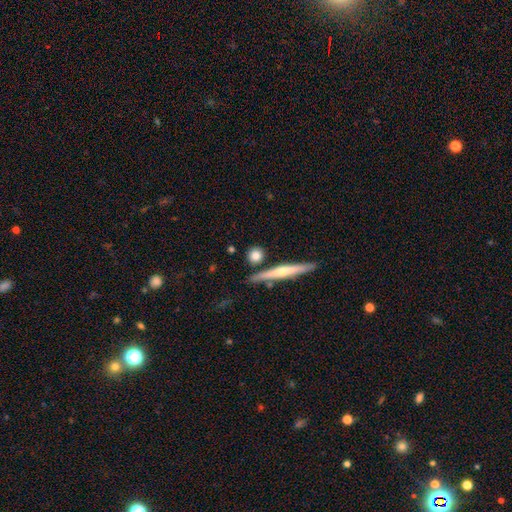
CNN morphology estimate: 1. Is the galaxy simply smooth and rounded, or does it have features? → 74% smooth, 19% featured or disk, 7% star or artifact.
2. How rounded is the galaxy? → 68% round, 18% cigar-shaped, 14% in between.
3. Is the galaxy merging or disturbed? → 79% none, 10% minor disturbance, 9% merger, 3% major disturbance.